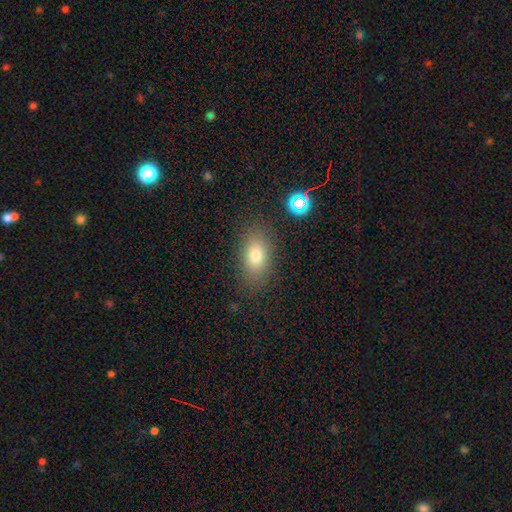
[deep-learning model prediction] A smooth galaxy with no disk features (76%) that is in between round and cigar-shaped (84%). Merging: none (85%).